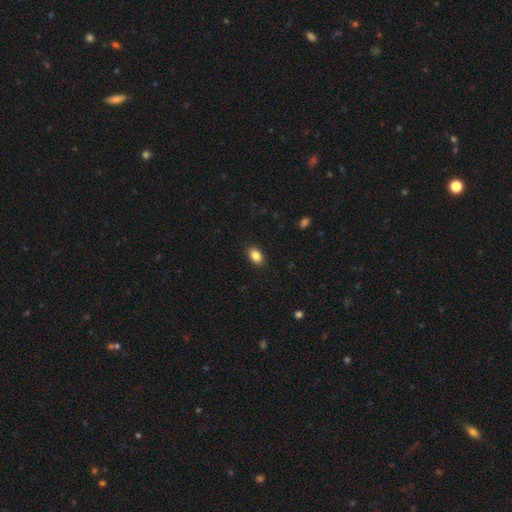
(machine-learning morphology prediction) smooth-or-featured: smooth: 86% | star or artifact: 9% | featured or disk: 6%
  how-rounded: in between: 86% | round: 13% | cigar-shaped: 2%
  merging: none: 89% | minor disturbance: 8% | major disturbance: 2% | merger: 1%